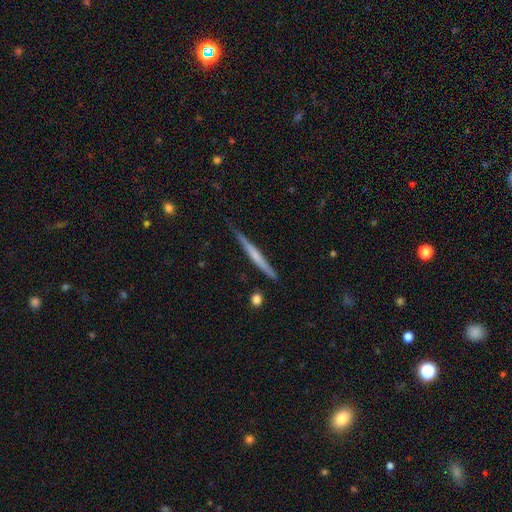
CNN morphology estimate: A featured or disk galaxy (53%) viewed edge-on (97%) with no central bulge (67%).

Vote fractions:
- Smooth or featured? featured or disk: 53% / smooth: 42% / star or artifact: 5%
- Edge-on disk? yes: 97% / no: 3%
- Edge-on bulge? none: 67% / rounded: 25% / boxy: 8%
- Merging? none: 83% / minor disturbance: 14% / major disturbance: 2% / merger: 2%